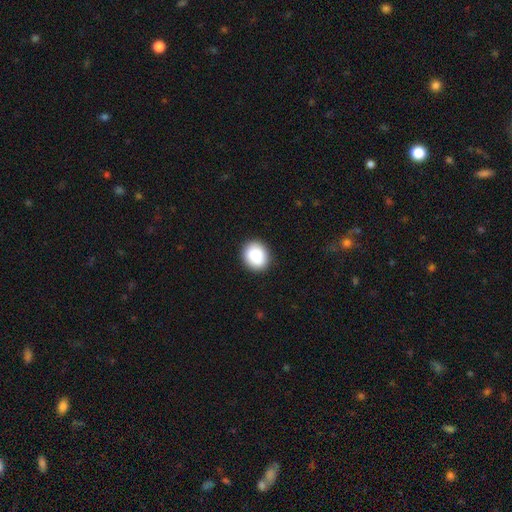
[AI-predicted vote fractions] smooth_or_featured: smooth (p=0.89) [alt: star or artifact p=0.07]
how_rounded: round (p=0.65) [alt: in between p=0.34]
merging: none (p=0.90) [alt: minor disturbance p=0.07]